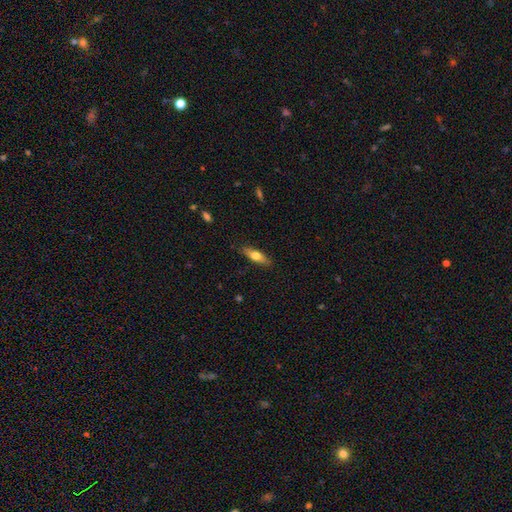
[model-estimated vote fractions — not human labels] Q: Smooth or featured?
A: smooth (59%); runner-up: featured or disk (35%)
Q: How rounded?
A: cigar-shaped (49%); runner-up: in between (48%)
Q: Merging?
A: none (87%); runner-up: minor disturbance (10%)